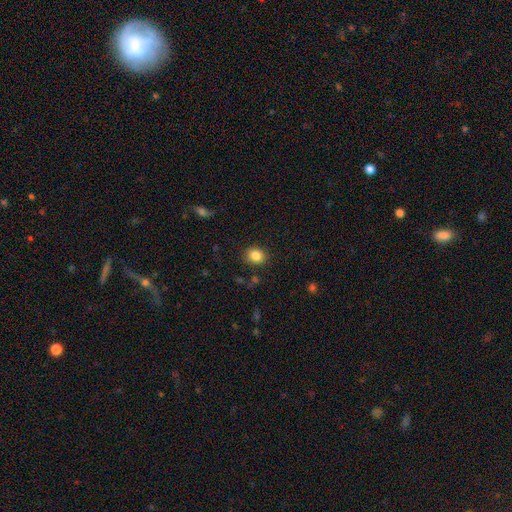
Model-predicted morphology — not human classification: Q: Smooth or featured?
A: smooth (85%); runner-up: star or artifact (10%)
Q: How rounded?
A: round (62%); runner-up: in between (37%)
Q: Merging?
A: none (87%); runner-up: minor disturbance (9%)